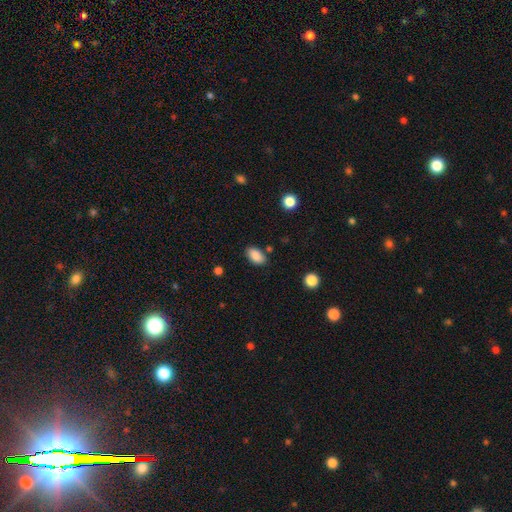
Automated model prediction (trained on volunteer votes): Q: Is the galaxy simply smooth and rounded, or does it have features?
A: smooth — 88%.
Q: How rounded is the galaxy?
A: in between — 92%.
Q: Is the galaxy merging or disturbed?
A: none — 81%.